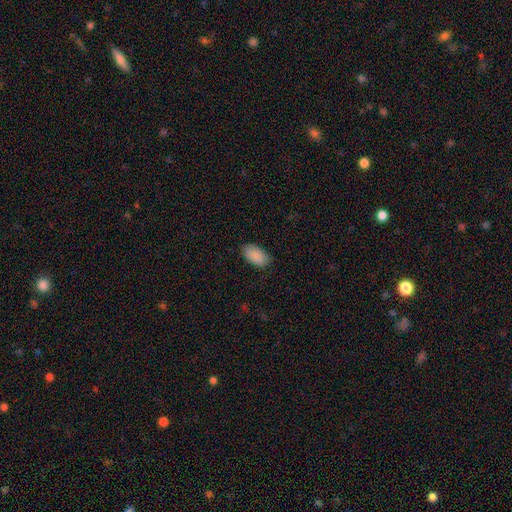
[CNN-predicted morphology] smooth-or-featured: smooth: 90% | star or artifact: 7% | featured or disk: 4%
  how-rounded: in between: 95% | round: 3% | cigar-shaped: 2%
  merging: none: 84% | minor disturbance: 12% | major disturbance: 3% | merger: 1%